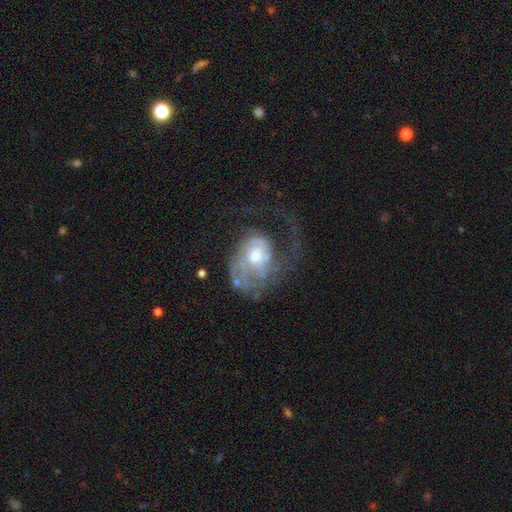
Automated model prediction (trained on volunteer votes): smooth_or_featured: featured or disk (p=0.76) [alt: smooth p=0.17]
disk_edge_on: no (p=0.97) [alt: yes p=0.03]
bar: no (p=0.72) [alt: weak p=0.24]
has_spiral_arms: yes (p=0.79) [alt: no p=0.21]
spiral_winding: medium (p=0.35) [alt: tight p=0.34]
spiral_arm_count: 1 (p=0.38) [alt: can't tell p=0.28]
bulge_size: moderate (p=0.58) [alt: small p=0.32]
merging: major disturbance (p=0.51) [alt: none p=0.30]